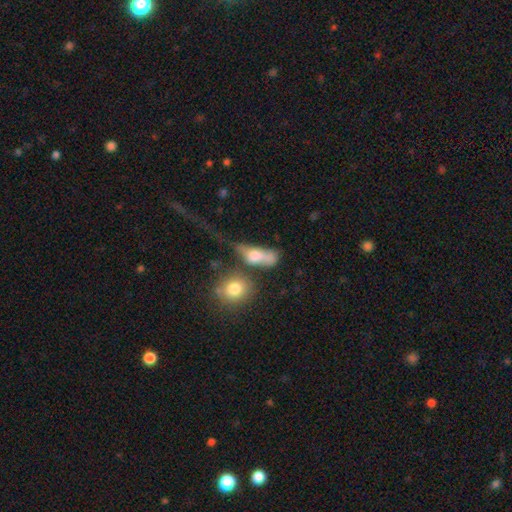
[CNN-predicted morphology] Smooth or featured? smooth (62%)
How rounded? in between (61%)
Merging? merger (32%)